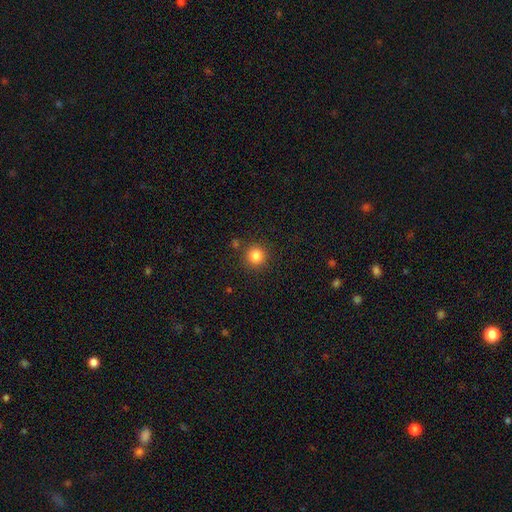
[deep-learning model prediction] This is clearly a smooth galaxy (83%). How rounded: clearly round (94%). Merging: clearly none (87%).